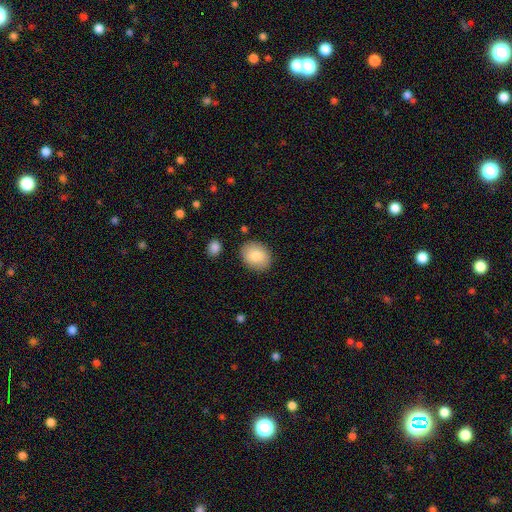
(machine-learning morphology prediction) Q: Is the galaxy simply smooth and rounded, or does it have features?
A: smooth — 83%.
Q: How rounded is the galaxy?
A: in between — 56%.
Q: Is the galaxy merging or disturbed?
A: none — 85%.